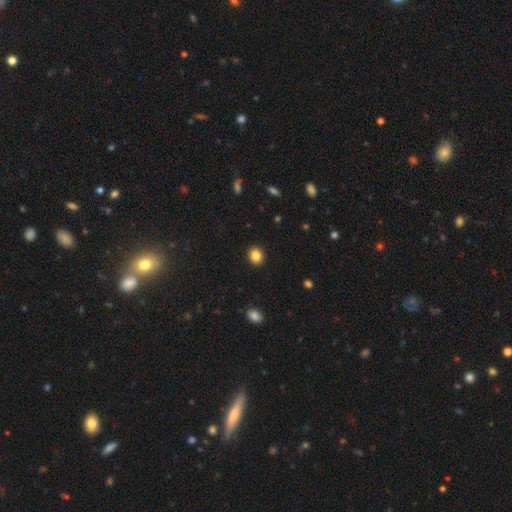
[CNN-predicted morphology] type=smooth (85%); roundness=round (64%); merging=none (91%).